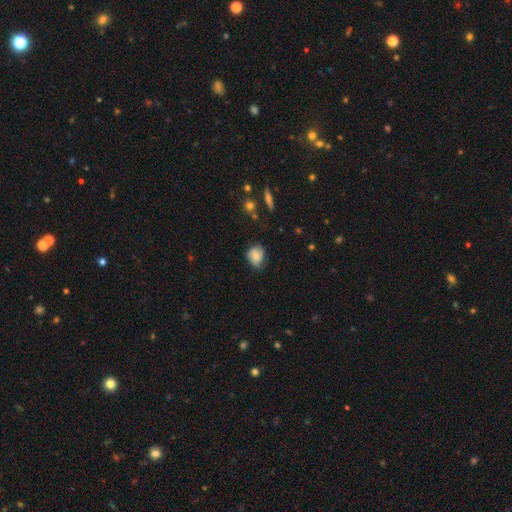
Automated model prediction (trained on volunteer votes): Smooth or featured? Predicted: smooth (p=0.67). How rounded? Predicted: in between (p=0.50). Merging? Predicted: none (p=0.61).